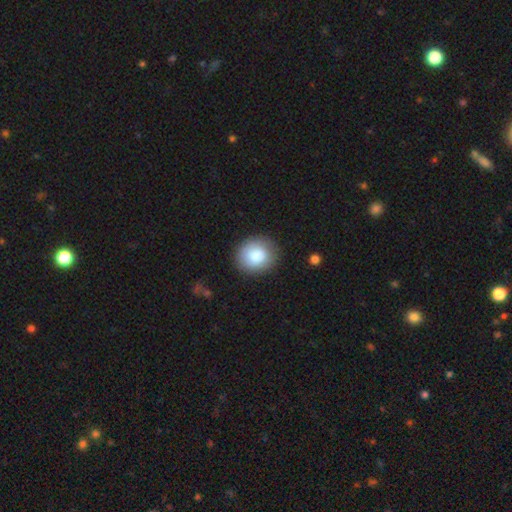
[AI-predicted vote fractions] Overall: smooth (83%). How rounded: round (73%). Merging: none (83%).